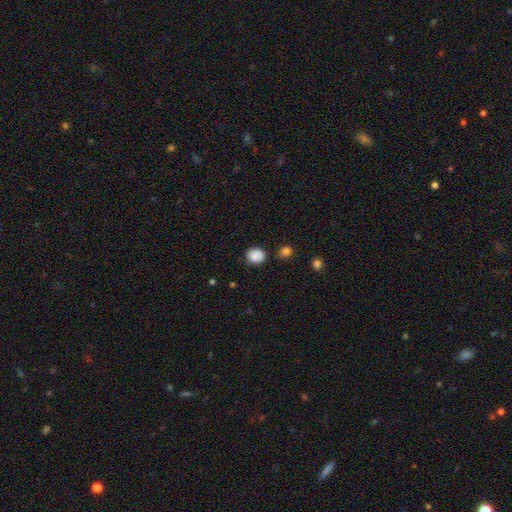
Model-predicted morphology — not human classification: Overall: smooth (86%). How rounded: round (70%). Merging: none (78%).